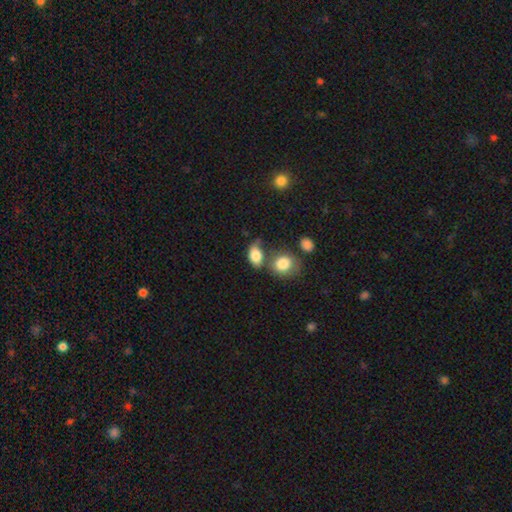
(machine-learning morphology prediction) Smooth or featured? Predicted: smooth (p=0.82). How rounded? Predicted: in between (p=0.77). Merging? Predicted: none (p=0.43).